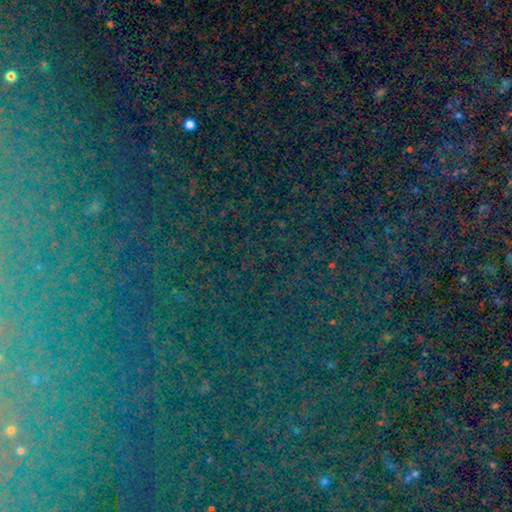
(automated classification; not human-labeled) Q: Smooth or featured?
A: star or artifact (81%); runner-up: smooth (10%)